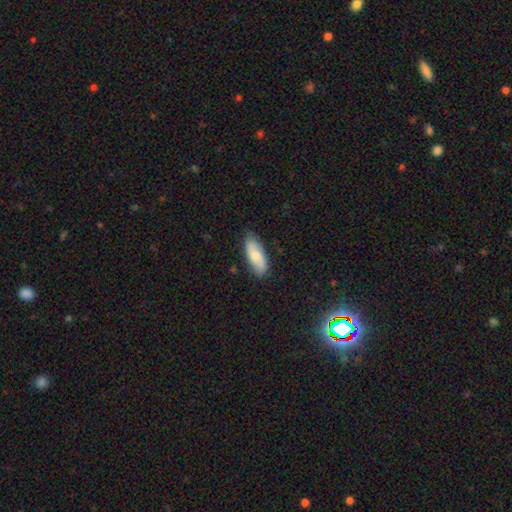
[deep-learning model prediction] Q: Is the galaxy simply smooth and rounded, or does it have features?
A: smooth — 63%.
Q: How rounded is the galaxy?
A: in between — 79%.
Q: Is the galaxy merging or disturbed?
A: none — 80%.